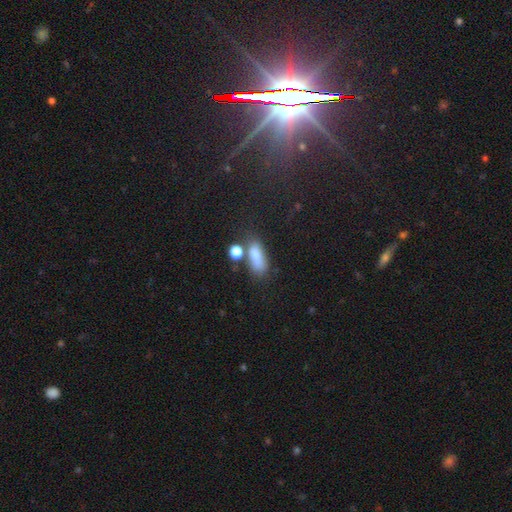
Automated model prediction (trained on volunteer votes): Smooth or featured?
  - smooth: 80% *
  - star or artifact: 11%
  - featured or disk: 9%
How rounded?
  - in between: 73% *
  - cigar-shaped: 17%
  - round: 9%
Merging?
  - none: 51% *
  - merger: 21%
  - minor disturbance: 19%
  - major disturbance: 10%